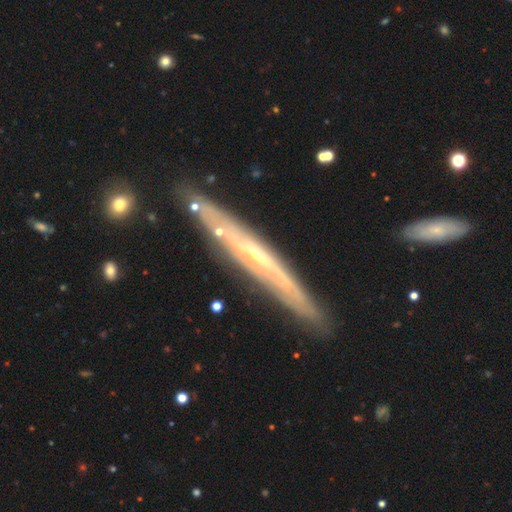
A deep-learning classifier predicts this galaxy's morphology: A featured or disk galaxy (78%) viewed edge-on (81%) with no central bulge (51%).

Vote fractions:
- Smooth or featured? featured or disk: 78% / smooth: 15% / star or artifact: 6%
- Edge-on disk? yes: 81% / no: 19%
- Edge-on bulge? none: 51% / rounded: 45% / boxy: 4%
- Merging? none: 82% / minor disturbance: 13% / major disturbance: 3% / merger: 2%